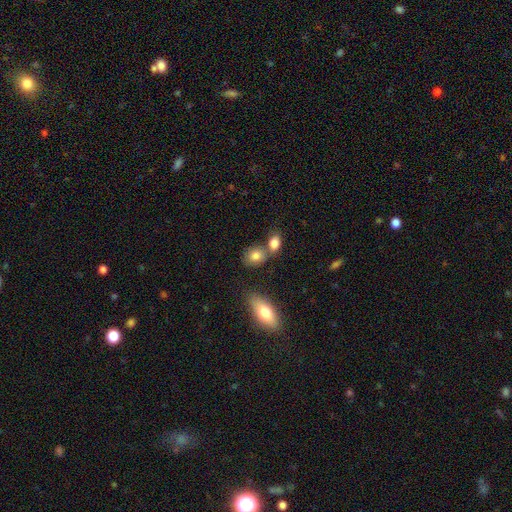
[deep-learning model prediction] Morphology: type=smooth (83%); roundness=in between (58%); merging=none (57%).